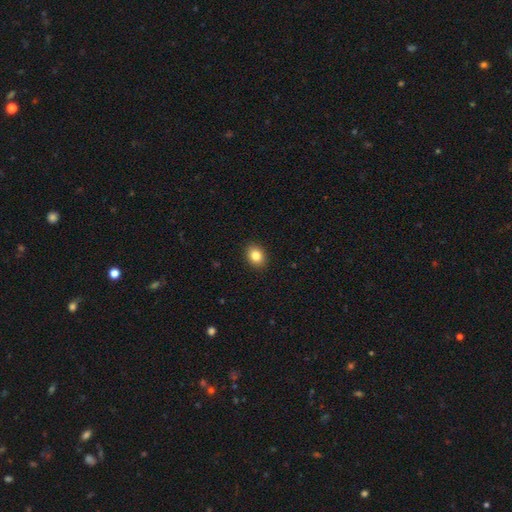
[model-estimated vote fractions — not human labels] smooth 84%, star or artifact 9%, featured or disk 6%. Down the decision tree: how rounded — in between (60%); merging — none (91%).